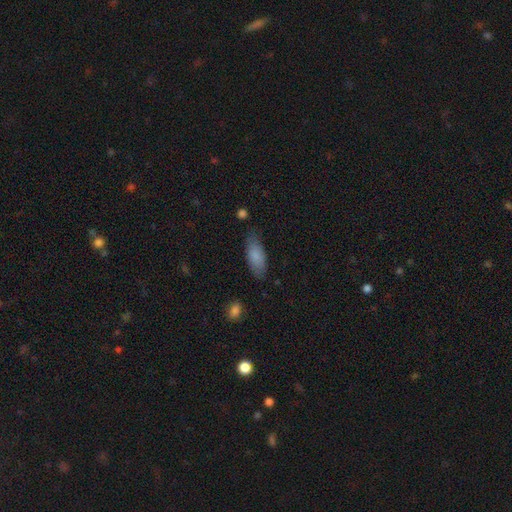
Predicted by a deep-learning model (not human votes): smooth_or_featured: smooth (p=0.84) [alt: featured or disk p=0.10]
how_rounded: in between (p=0.79) [alt: cigar-shaped p=0.19]
merging: none (p=0.74) [alt: minor disturbance p=0.19]